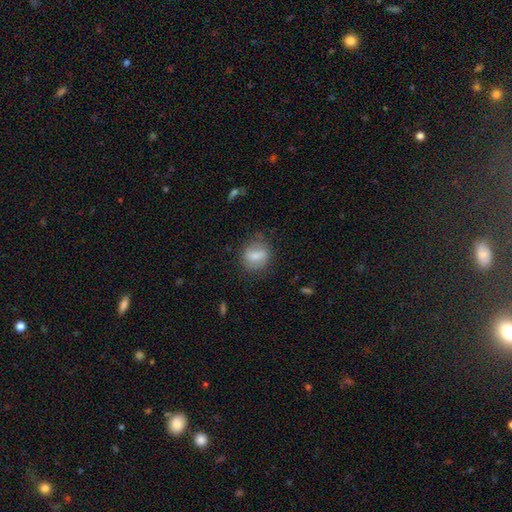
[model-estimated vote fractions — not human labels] The model was most divided on "how rounded": round: 56%, in between: 41%, cigar-shaped: 3%. More confident: merging — none (69%); smooth or featured — smooth (66%).